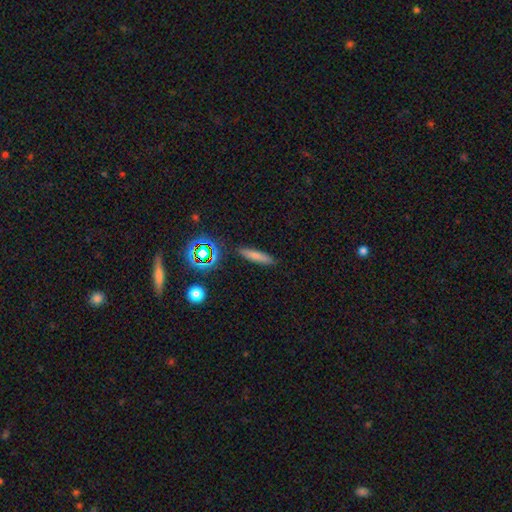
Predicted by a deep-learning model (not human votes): Smooth or featured? smooth (71%)
How rounded? cigar-shaped (84%)
Merging? none (88%)